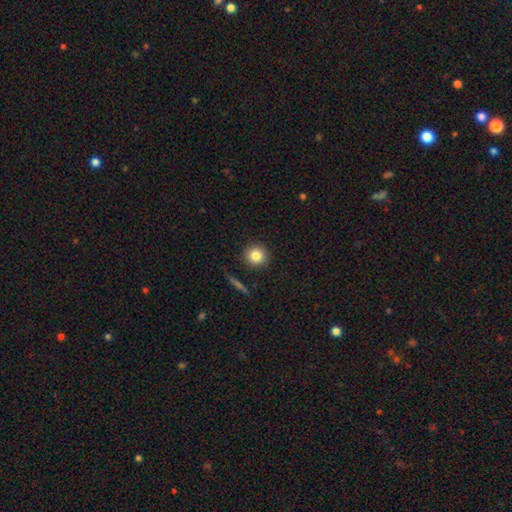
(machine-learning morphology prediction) Smooth or featured?
  - smooth: 82% *
  - star or artifact: 10%
  - featured or disk: 7%
How rounded?
  - round: 94% *
  - in between: 5%
  - cigar-shaped: 1%
Merging?
  - none: 91% *
  - minor disturbance: 6%
  - major disturbance: 2%
  - merger: 1%